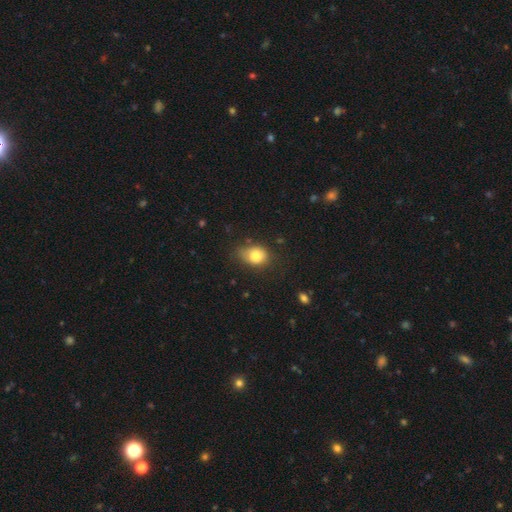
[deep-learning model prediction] smooth 81%, star or artifact 9%, featured or disk 9%. Down the decision tree: how rounded — in between (60%); merging — none (61%).